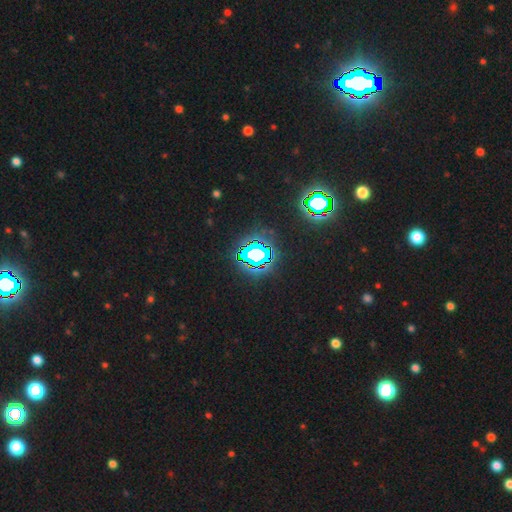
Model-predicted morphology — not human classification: This is likely a star or artifact rather than a galaxy (69%).